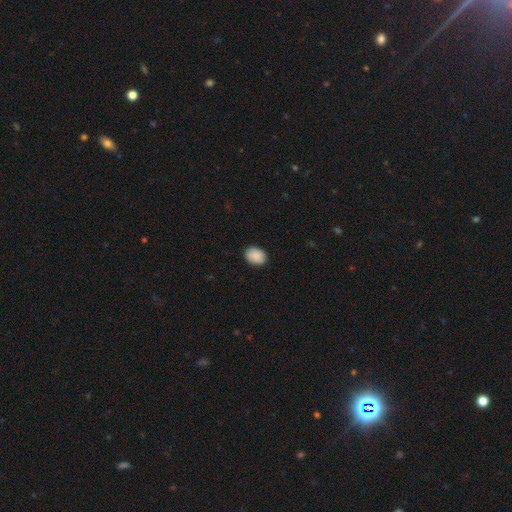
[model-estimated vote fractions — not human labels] The model was most divided on "how rounded": in between: 69%, round: 30%, cigar-shaped: 1%. More confident: smooth or featured — smooth (90%); merging — none (88%).